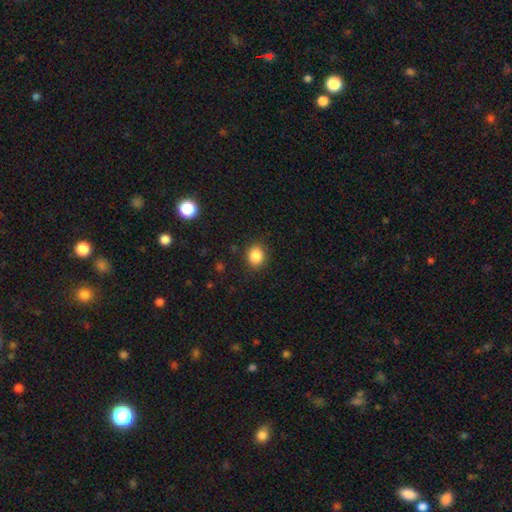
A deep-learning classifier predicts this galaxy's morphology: smooth_or_featured: smooth (p=0.86) [alt: star or artifact p=0.10]
how_rounded: round (p=0.72) [alt: in between p=0.27]
merging: none (p=0.88) [alt: minor disturbance p=0.08]